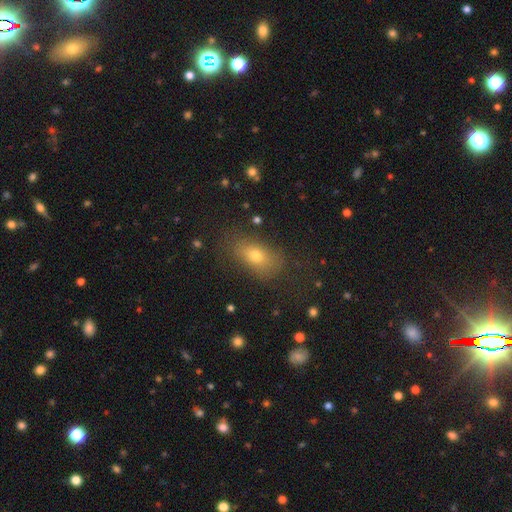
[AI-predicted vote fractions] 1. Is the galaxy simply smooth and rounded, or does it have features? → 70% smooth, 15% featured or disk, 14% star or artifact.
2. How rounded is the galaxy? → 79% in between, 17% round, 4% cigar-shaped.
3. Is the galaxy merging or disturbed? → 72% none, 17% minor disturbance, 9% major disturbance, 2% merger.